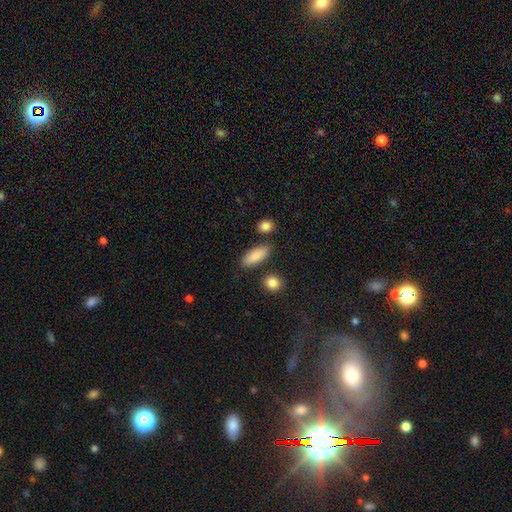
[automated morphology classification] A smooth galaxy with no disk features (86%) that is in between round and cigar-shaped (76%).

Vote fractions:
- Smooth or featured? smooth: 86% / featured or disk: 8% / star or artifact: 6%
- How rounded? in between: 76% / cigar-shaped: 21% / round: 3%
- Merging? none: 83% / minor disturbance: 10% / merger: 4% / major disturbance: 3%